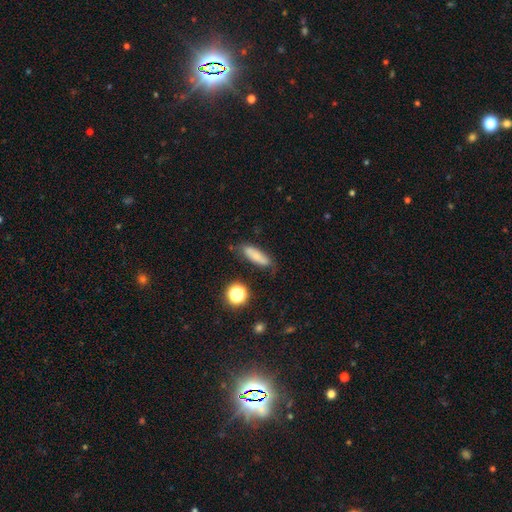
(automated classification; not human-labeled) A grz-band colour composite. It shows a smooth galaxy with no disk features (71%) that is cigar-shaped (53%). Merging: none (71%).